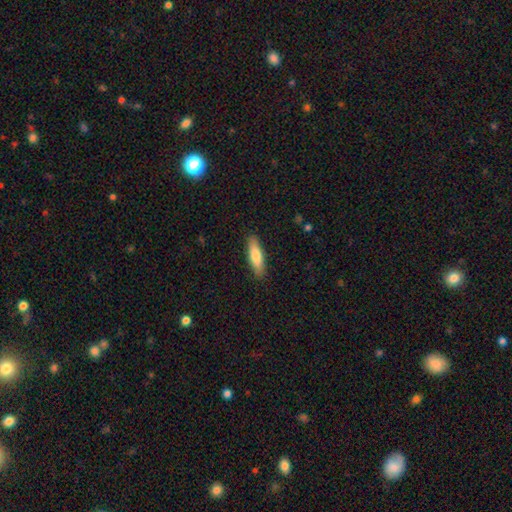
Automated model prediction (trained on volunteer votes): smooth-or-featured: smooth: 78% | featured or disk: 17% | star or artifact: 5%
  how-rounded: cigar-shaped: 59% | in between: 39% | round: 2%
  merging: none: 88% | minor disturbance: 9% | major disturbance: 2% | merger: 1%